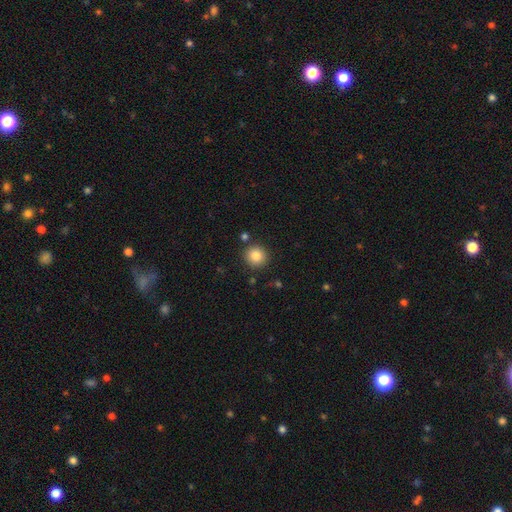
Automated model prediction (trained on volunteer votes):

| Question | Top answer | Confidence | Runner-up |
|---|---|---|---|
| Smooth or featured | smooth | 84% | star or artifact (10%) |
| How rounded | round | 92% | in between (7%) |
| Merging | none | 87% | minor disturbance (7%) |